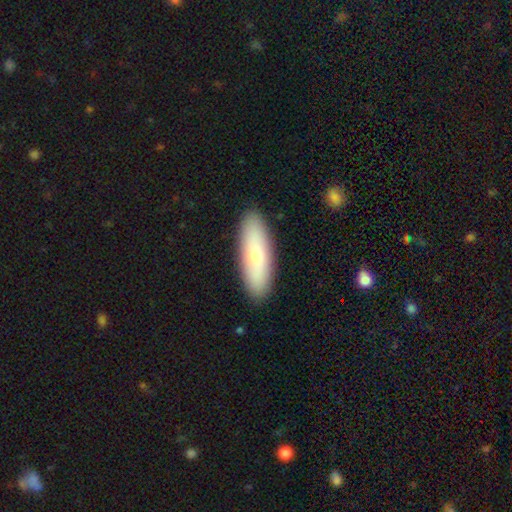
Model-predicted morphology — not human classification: Smooth or featured: smooth — 71% (featured or disk — 23%)
How rounded: in between — 55% (cigar-shaped — 43%)
Merging: none — 89% (minor disturbance — 8%)